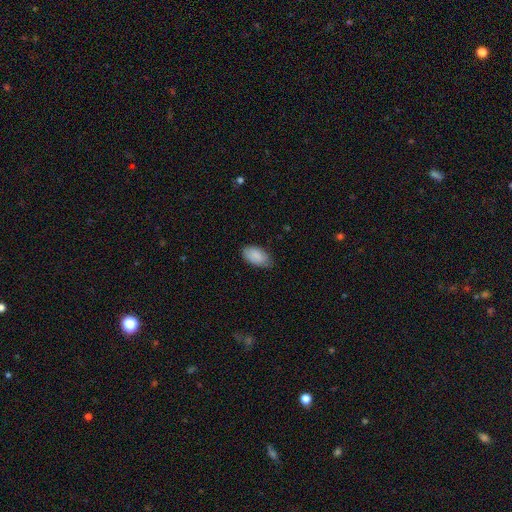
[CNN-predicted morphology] Smooth or featured: smooth — 89% (star or artifact — 6%)
How rounded: in between — 95% (round — 3%)
Merging: none — 74% (minor disturbance — 22%)